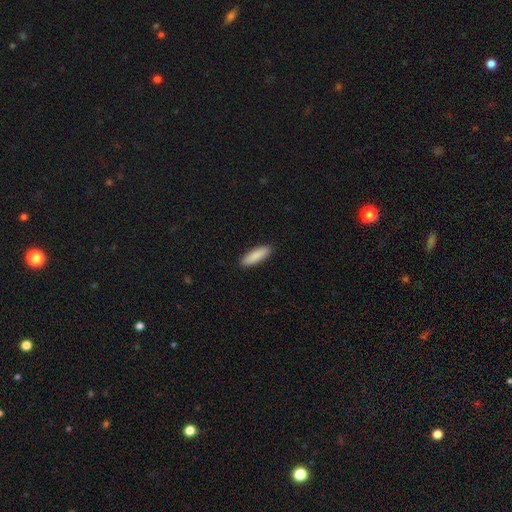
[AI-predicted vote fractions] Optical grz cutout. It shows a smooth galaxy with no disk features (88%) that is cigar-shaped (53%). Merging: none (91%).